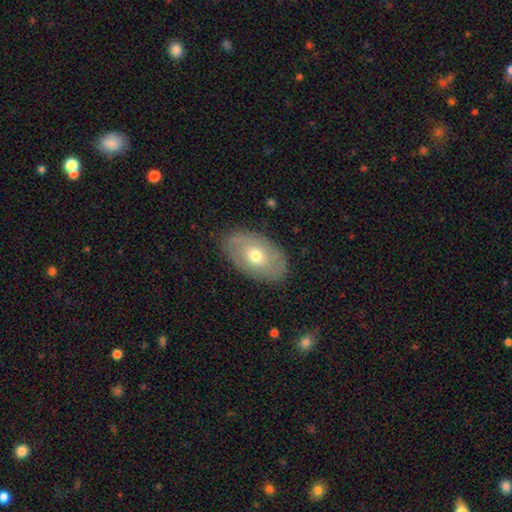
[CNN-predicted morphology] Smooth or featured? smooth (58%)
How rounded? in between (90%)
Merging? none (84%)